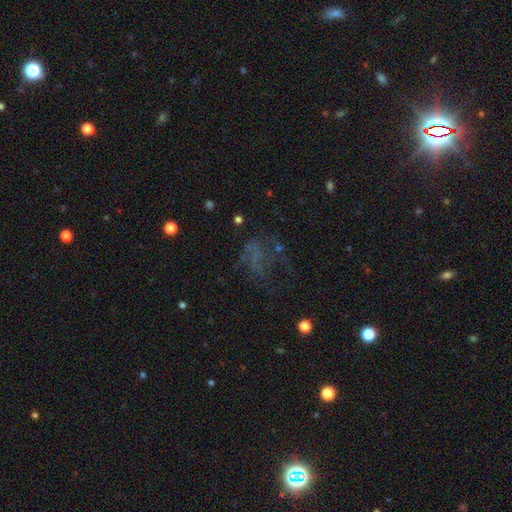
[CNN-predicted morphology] Smooth or featured? Predicted: featured or disk (p=0.41). Merging? Predicted: none (p=0.41).